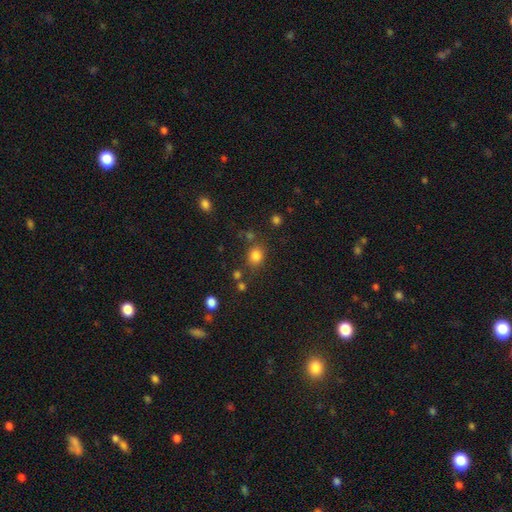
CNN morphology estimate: This appears to be a smooth galaxy with no disk features (81%) that is round (67%). Merging: none (74%).